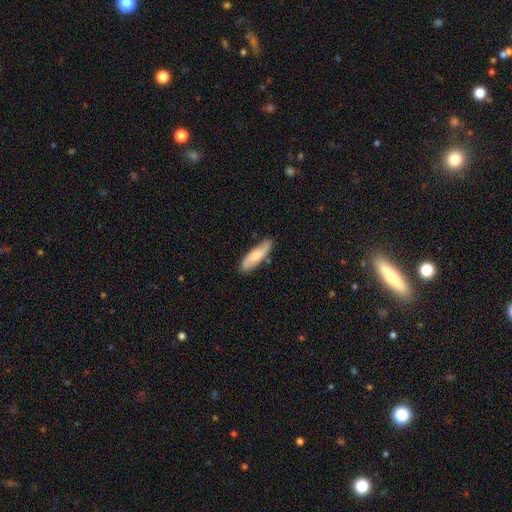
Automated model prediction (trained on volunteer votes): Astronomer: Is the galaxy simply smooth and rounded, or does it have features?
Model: smooth — 64%.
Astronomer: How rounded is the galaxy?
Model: cigar-shaped — 56% (runner-up: in between, 42%).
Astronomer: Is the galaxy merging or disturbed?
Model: none — 82%.